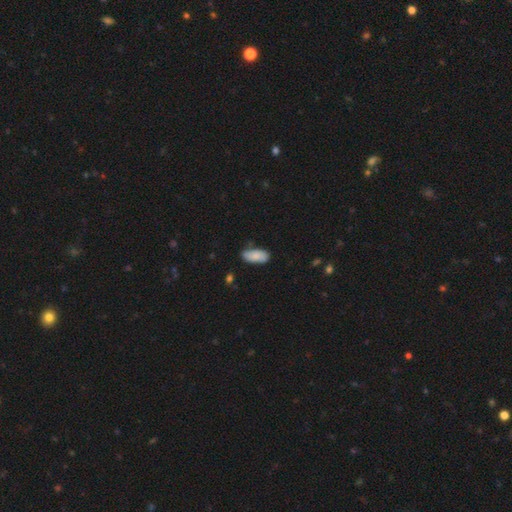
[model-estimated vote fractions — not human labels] smooth 79%, featured or disk 14%, star or artifact 6%. Down the decision tree: how rounded — in between (90%); merging — none (72%).